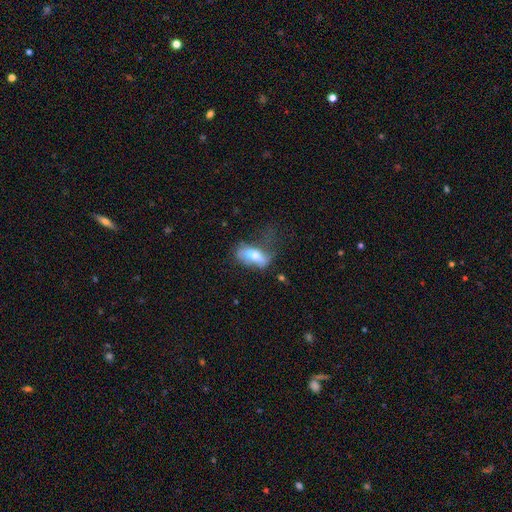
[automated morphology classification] This is possibly a smooth galaxy (59%). How rounded: clearly in between (83%). Merging: marginally merger (32%).